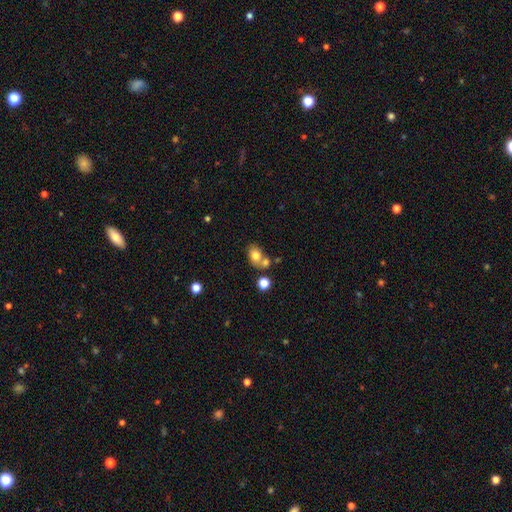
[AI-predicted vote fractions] Q: Smooth or featured?
A: smooth (77%); runner-up: featured or disk (12%)
Q: How rounded?
A: in between (57%); runner-up: round (42%)
Q: Merging?
A: none (49%); runner-up: merger (34%)